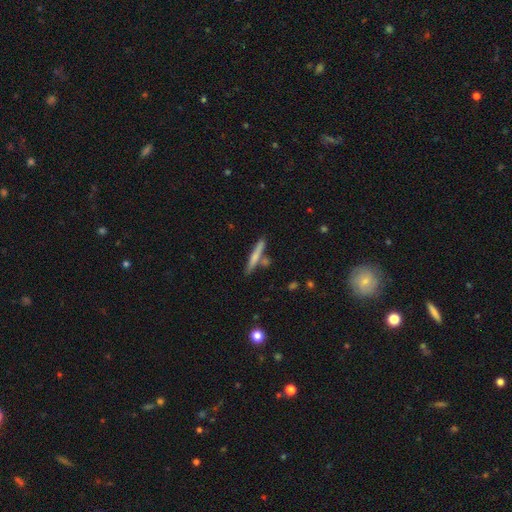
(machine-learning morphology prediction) smooth 58%, featured or disk 36%, star or artifact 6%. Down the decision tree: how rounded — cigar-shaped (94%); merging — none (76%).